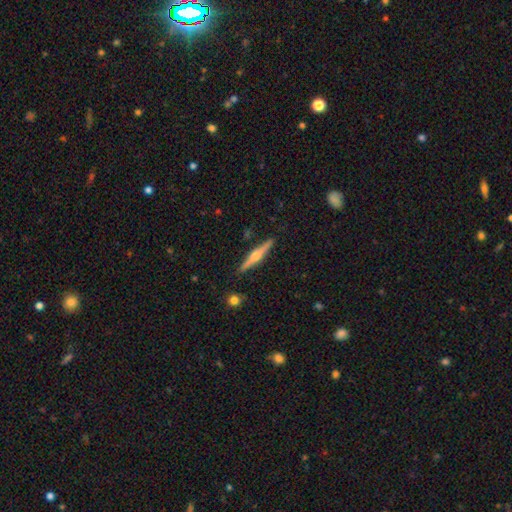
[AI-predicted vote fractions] smooth-or-featured: featured or disk: 72% | smooth: 22% | star or artifact: 5%
  disk-edge-on: yes: 98% | no: 2%
    edge-on-bulge: rounded: 91% | boxy: 5% | none: 3%
  merging: none: 90% | minor disturbance: 7% | major disturbance: 1% | merger: 1%